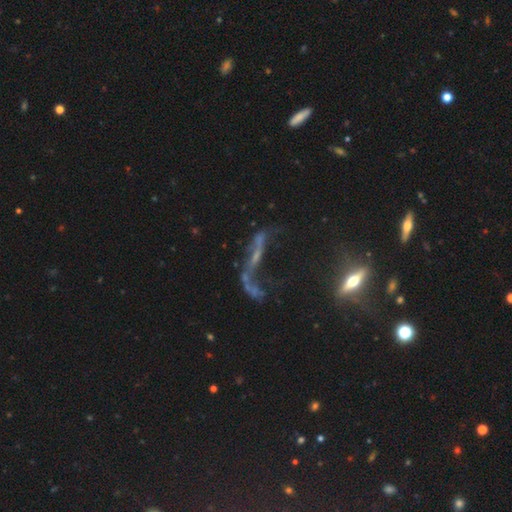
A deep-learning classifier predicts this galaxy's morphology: Q: Smooth or featured?
A: featured or disk (65%); runner-up: star or artifact (19%)
Q: Edge-on disk?
A: no (63%); runner-up: yes (37%)
Q: Merging?
A: major disturbance (37%); runner-up: none (30%)